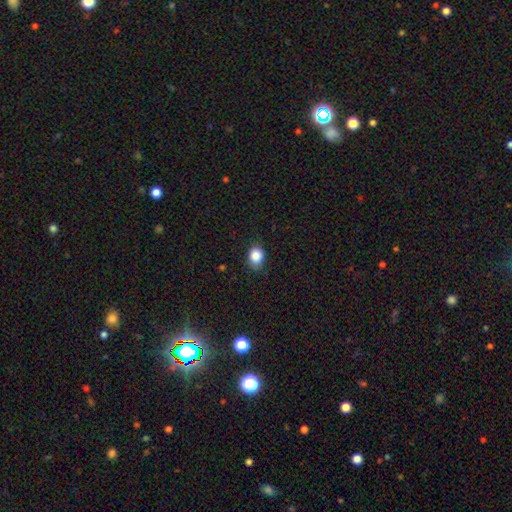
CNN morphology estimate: smooth 86%, star or artifact 9%, featured or disk 4%. Down the decision tree: how rounded — in between (50%); merging — none (76%).